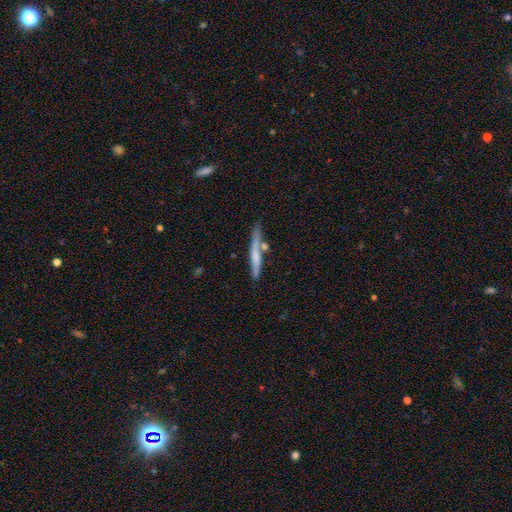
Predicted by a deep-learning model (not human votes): Q: Smooth or featured?
A: smooth (56%); runner-up: featured or disk (38%)
Q: How rounded?
A: cigar-shaped (94%); runner-up: in between (4%)
Q: Merging?
A: none (66%); runner-up: minor disturbance (17%)